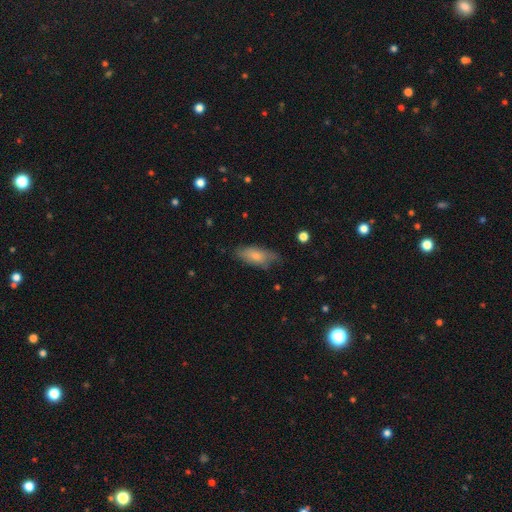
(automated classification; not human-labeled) Smooth or featured: smooth — 69% (featured or disk — 24%)
How rounded: in between — 80% (cigar-shaped — 17%)
Merging: none — 61% (minor disturbance — 30%)